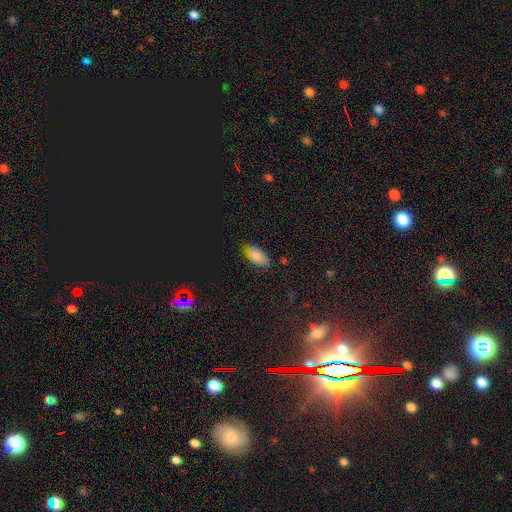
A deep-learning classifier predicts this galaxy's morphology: smooth-or-featured: smooth: 76% | star or artifact: 17% | featured or disk: 8%
  how-rounded: in between: 92% | cigar-shaped: 5% | round: 3%
  merging: none: 73% | minor disturbance: 20% | major disturbance: 4% | merger: 2%